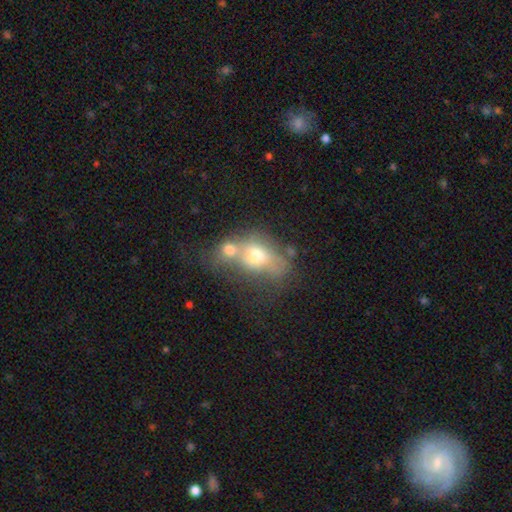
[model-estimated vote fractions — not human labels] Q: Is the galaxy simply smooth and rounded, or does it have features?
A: smooth — 57%.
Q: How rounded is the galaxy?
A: in between — 65%.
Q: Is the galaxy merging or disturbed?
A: merger — 63%.